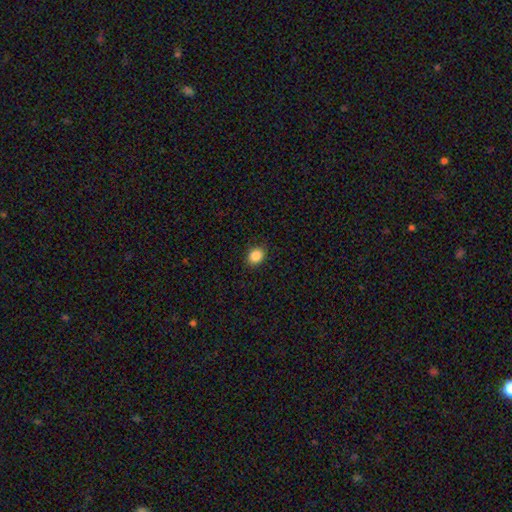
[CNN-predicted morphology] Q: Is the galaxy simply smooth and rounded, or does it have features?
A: smooth — 88%.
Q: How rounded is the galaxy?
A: round — 55%.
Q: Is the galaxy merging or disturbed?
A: none — 89%.